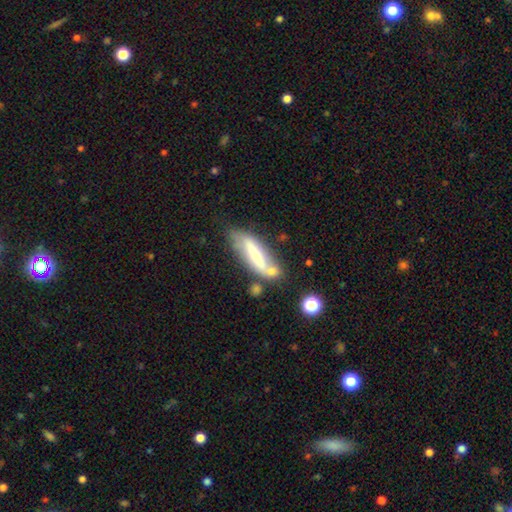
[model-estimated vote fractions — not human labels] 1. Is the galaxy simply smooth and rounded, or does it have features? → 48% featured or disk, 46% smooth, 7% star or artifact.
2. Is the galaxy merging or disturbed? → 51% none, 22% minor disturbance, 18% merger, 8% major disturbance.